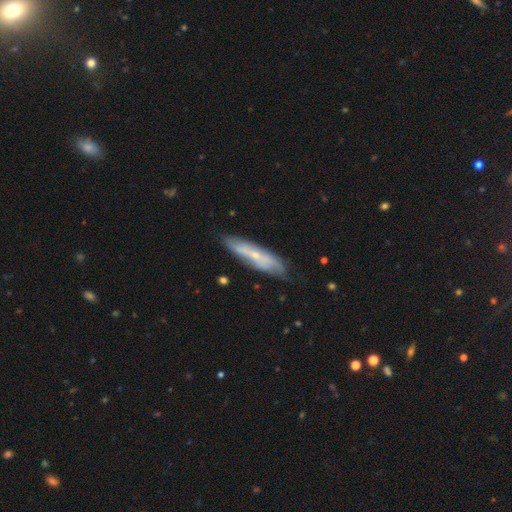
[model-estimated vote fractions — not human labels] Smooth or featured? Predicted: featured or disk (p=0.55). Edge-on disk? Predicted: no (p=0.53). Merging? Predicted: none (p=0.74).